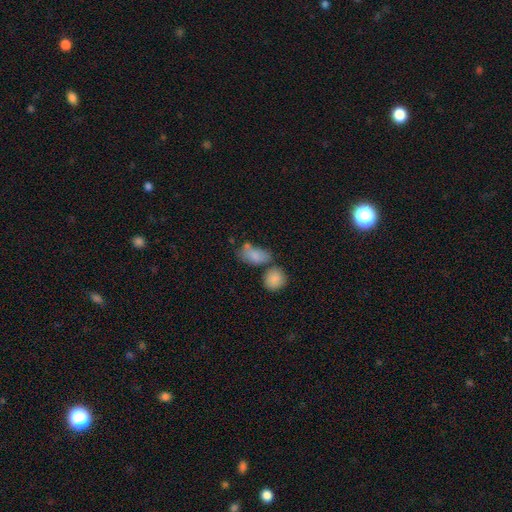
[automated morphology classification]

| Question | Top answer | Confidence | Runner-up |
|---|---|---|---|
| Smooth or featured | smooth | 81% | featured or disk (11%) |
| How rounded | in between | 87% | round (10%) |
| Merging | merger | 37% | tied: none (37%) |